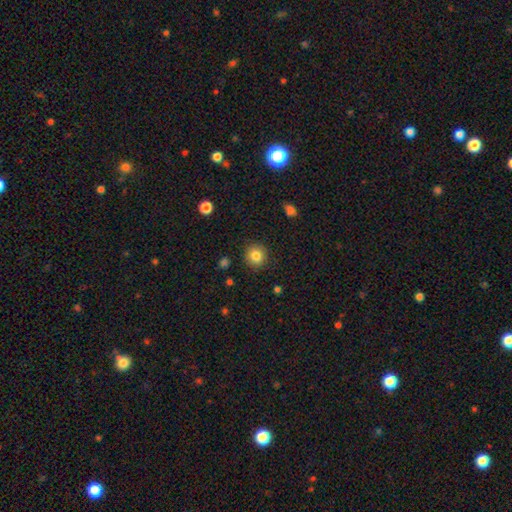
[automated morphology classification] smooth_or_featured: smooth (p=0.84) [alt: star or artifact p=0.10]
how_rounded: round (p=0.89) [alt: in between p=0.10]
merging: none (p=0.89) [alt: minor disturbance p=0.07]